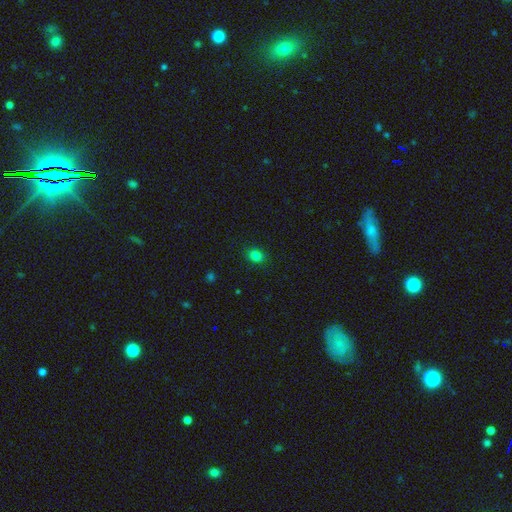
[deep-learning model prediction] Overall: smooth (82%). How rounded: round (60%; in between 39%). Merging: none (89%).